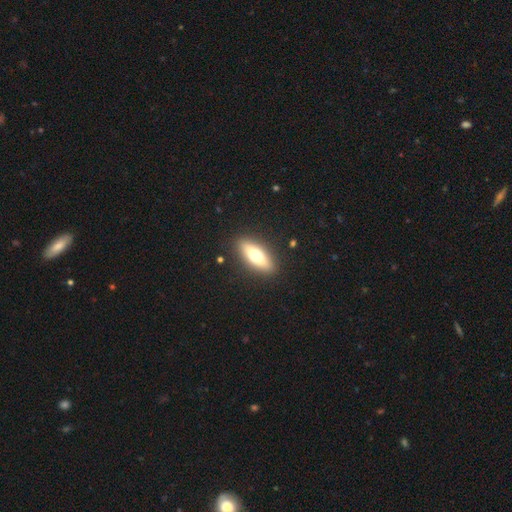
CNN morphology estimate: Smooth or featured? Predicted: smooth (p=0.64). How rounded? Predicted: in between (p=0.61). Merging? Predicted: none (p=0.89).